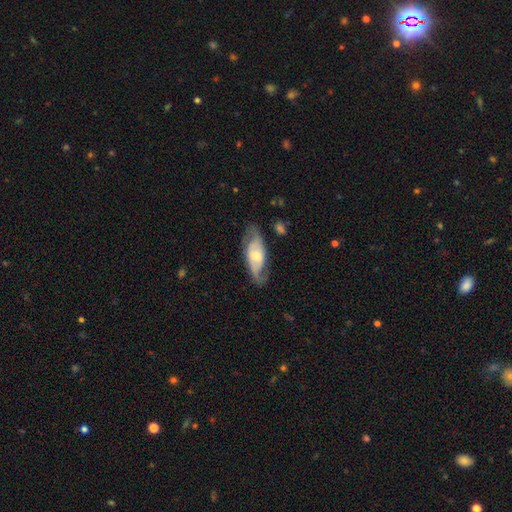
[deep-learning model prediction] Overall: featured or disk (72%). Edge-on disk: no (87%). Bar: no (49%; weak 38%). Spiral arms: yes (84%). Spiral arm count: 2 (76%). Spiral winding: medium (45%; tight 29%). Bulge size: moderate (53%; small 38%). Merging: none (73%).